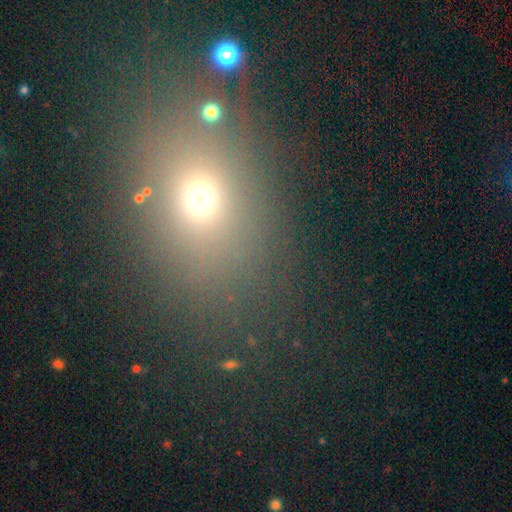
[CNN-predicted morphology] The model was most divided on "how rounded": in between: 51%, round: 47%, cigar-shaped: 2%. More confident: merging — none (80%); smooth or featured — smooth (60%).